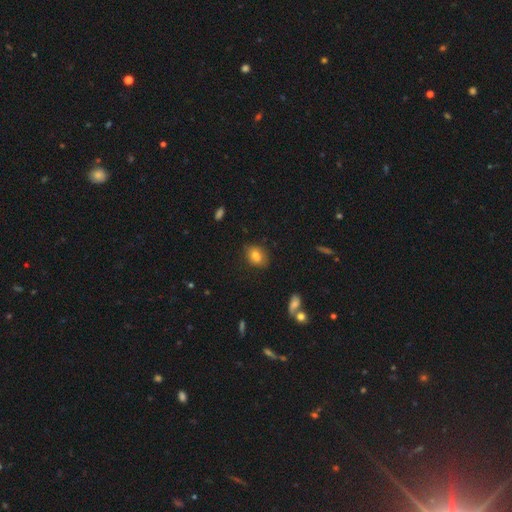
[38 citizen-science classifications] Overall: smooth (87%). How rounded: in between (73%). Merging: none (63%; minor disturbance 29%).